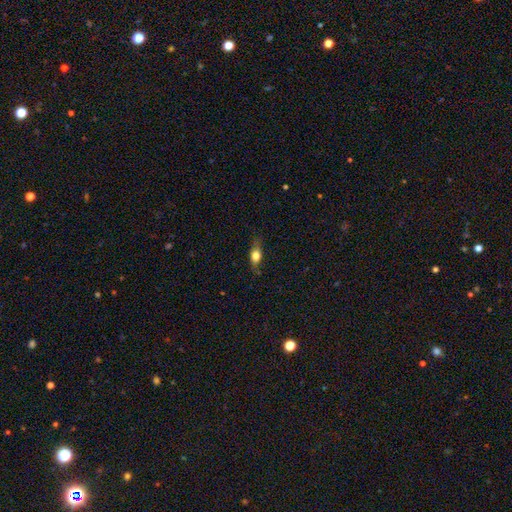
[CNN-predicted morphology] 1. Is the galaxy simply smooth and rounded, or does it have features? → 65% smooth, 26% featured or disk, 9% star or artifact.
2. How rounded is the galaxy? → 68% in between, 21% cigar-shaped, 11% round.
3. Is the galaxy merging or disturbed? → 74% none, 20% minor disturbance, 5% major disturbance, 1% merger.